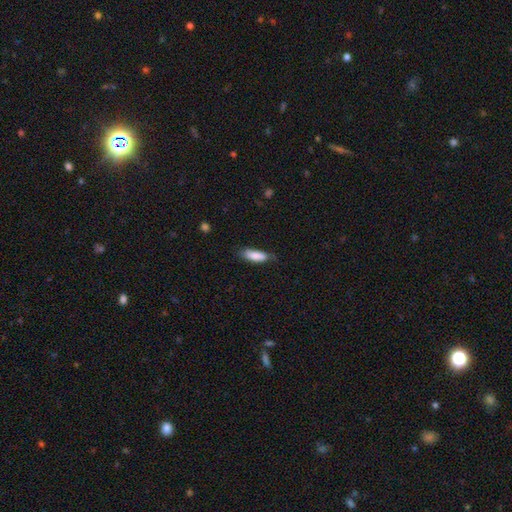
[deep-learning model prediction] Smooth or featured? Predicted: smooth (p=0.85). How rounded? Predicted: in between (p=0.61). Merging? Predicted: none (p=0.67).